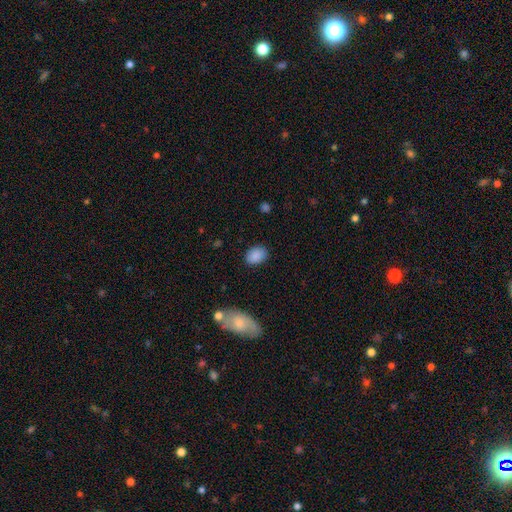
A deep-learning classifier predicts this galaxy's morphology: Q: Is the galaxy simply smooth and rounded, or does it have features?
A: smooth — 88%.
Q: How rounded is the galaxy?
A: in between — 77%.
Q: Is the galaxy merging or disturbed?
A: none — 83%.